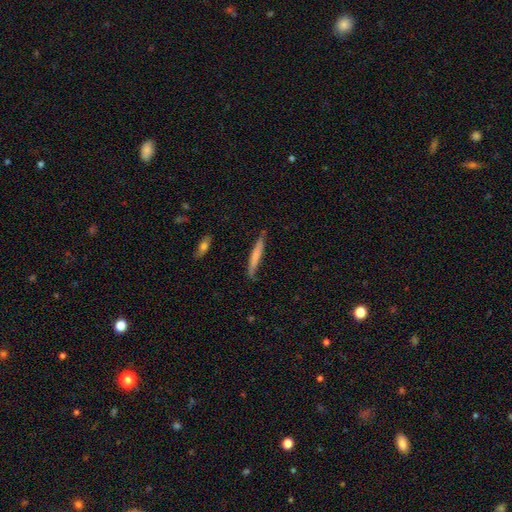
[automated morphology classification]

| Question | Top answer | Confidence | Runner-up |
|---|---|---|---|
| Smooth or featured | smooth | 63% | featured or disk (32%) |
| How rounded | cigar-shaped | 95% | in between (4%) |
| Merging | none | 79% | minor disturbance (16%) |